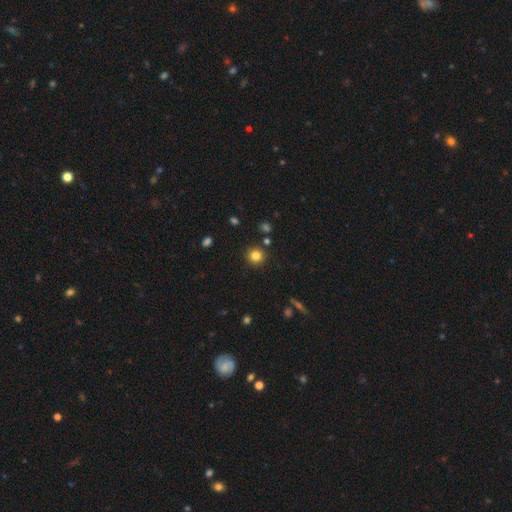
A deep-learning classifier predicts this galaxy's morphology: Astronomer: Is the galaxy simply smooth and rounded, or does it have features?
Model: smooth — 83%.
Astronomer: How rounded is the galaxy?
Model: round — 93%.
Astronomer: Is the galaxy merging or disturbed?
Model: none — 89%.